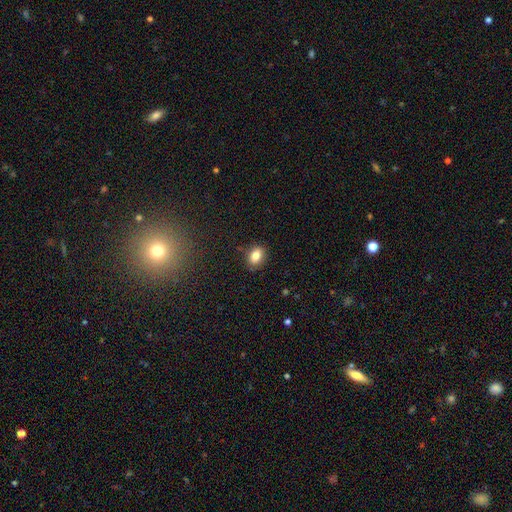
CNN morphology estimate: smooth 83%, star or artifact 9%, featured or disk 8%. Down the decision tree: how rounded — in between (74%); merging — none (84%).